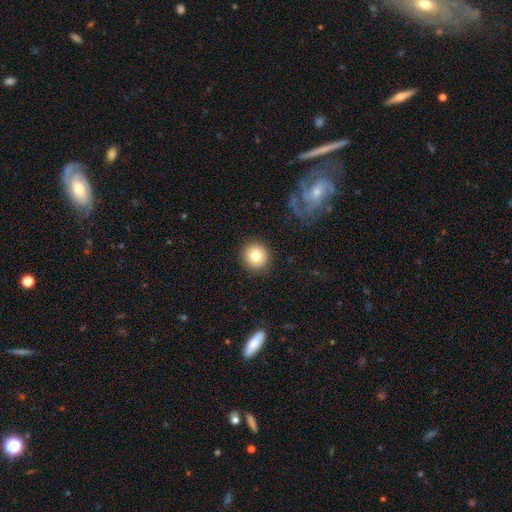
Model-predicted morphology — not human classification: A smooth galaxy with no disk features (79%) that is round (93%). Merging: none (90%).